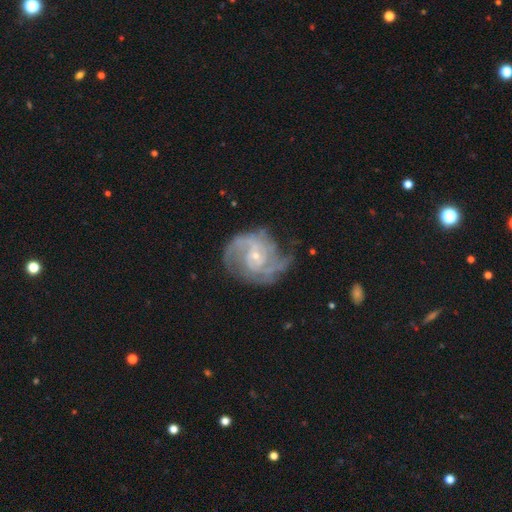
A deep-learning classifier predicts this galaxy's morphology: This is clearly a featured or disk galaxy (89%). It is clearly not viewed edge-on (98%). Bar: possibly no (55%). Spiral arm pattern: clearly yes (97%). Spiral arm count: possibly 2 (54%). Spiral winding: possibly medium (46%). Central bulge: likely small (76%). Merging: likely none (64%).